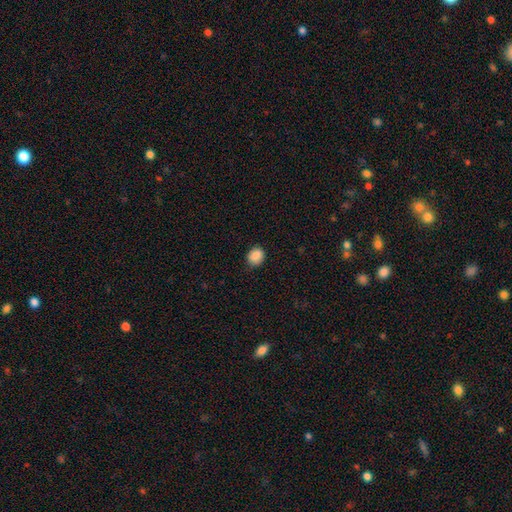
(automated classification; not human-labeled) This appears to be a smooth galaxy with no disk features (88%) that is round (61%). Merging: none (81%).